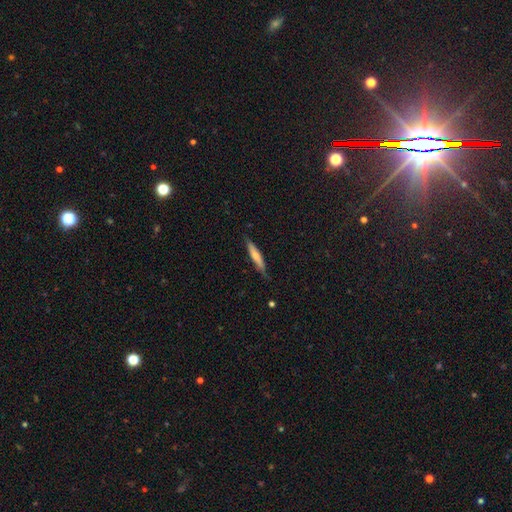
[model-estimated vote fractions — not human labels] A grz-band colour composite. It shows a smooth galaxy with no disk features (58%) that is cigar-shaped (90%). Merging: none (79%).